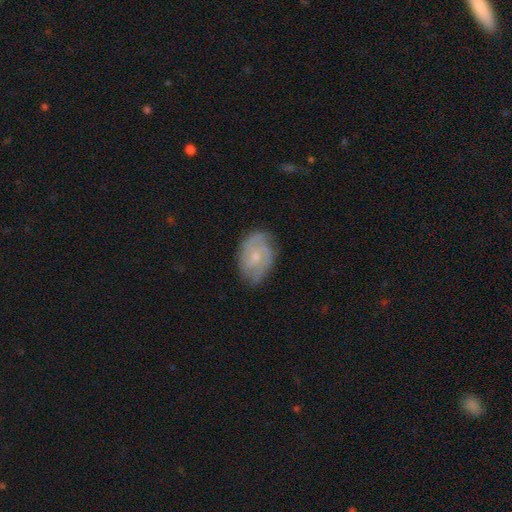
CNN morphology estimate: The model was most divided on "spiral arm count": 2: 43%, can't tell: 32%, 3: 14%, 1: 4%, 4: 4%, more than 4: 3%. Remaining: edge-on disk — no (97%); spiral arms — yes (88%); merging — none (72%); bar — no (69%); smooth or featured — featured or disk (69%); bulge size — small (57%); spiral winding — tight (50%).